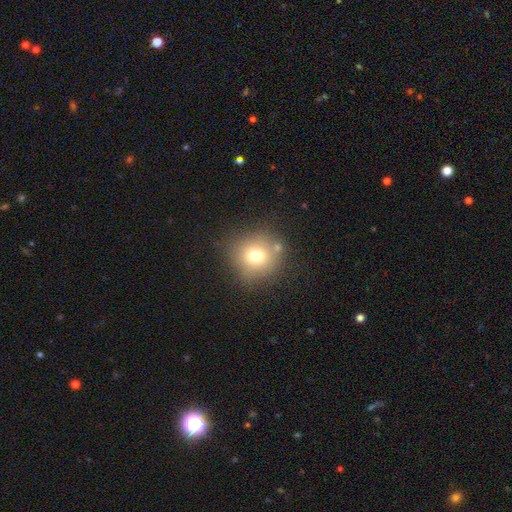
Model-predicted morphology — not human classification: The model was most divided on "smooth or featured": smooth: 71%, star or artifact: 15%, featured or disk: 14%. More confident: how rounded — round (90%); merging — none (76%).